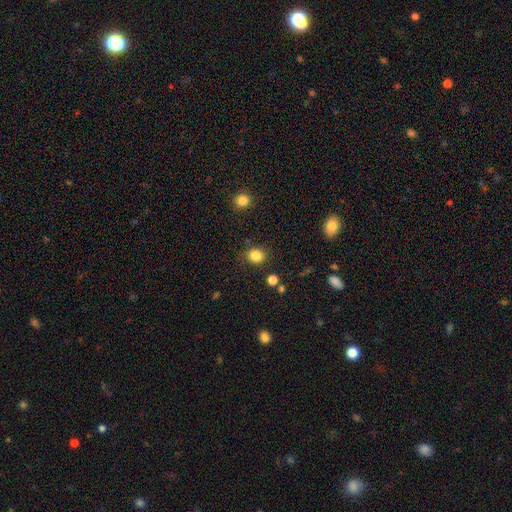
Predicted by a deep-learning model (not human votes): Smooth or featured? smooth (84%)
How rounded? round (70%)
Merging? none (82%)